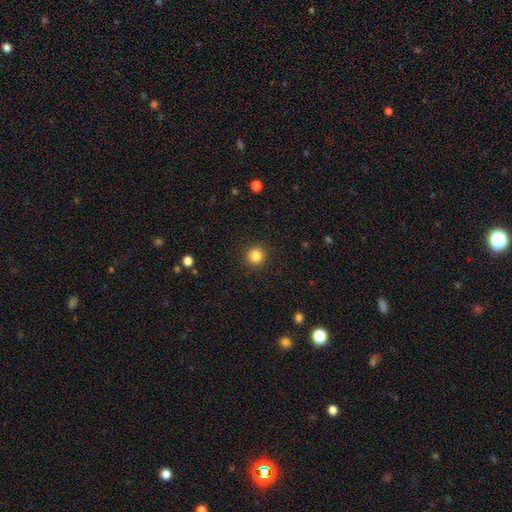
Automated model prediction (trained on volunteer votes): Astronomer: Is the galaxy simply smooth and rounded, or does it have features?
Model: smooth — 85%.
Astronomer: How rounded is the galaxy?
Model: round — 95%.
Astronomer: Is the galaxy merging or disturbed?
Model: none — 92%.